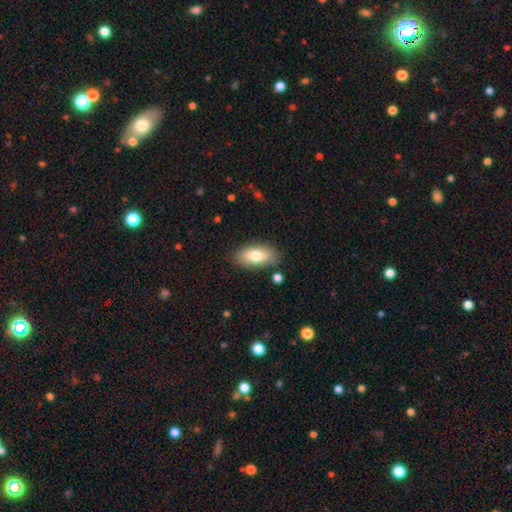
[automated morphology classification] Smooth or featured?
  - smooth: 76% *
  - featured or disk: 17%
  - star or artifact: 7%
How rounded?
  - in between: 91% *
  - cigar-shaped: 5%
  - round: 4%
Merging?
  - none: 83% *
  - minor disturbance: 12%
  - major disturbance: 3%
  - merger: 3%